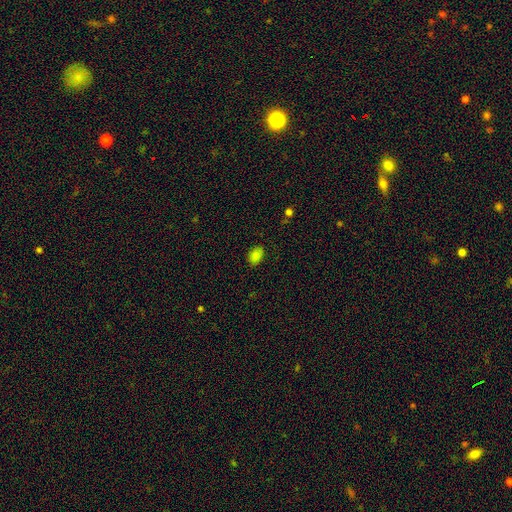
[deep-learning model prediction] Smooth or featured: smooth — 84% (star or artifact — 10%)
How rounded: in between — 85% (round — 14%)
Merging: none — 85% (minor disturbance — 11%)